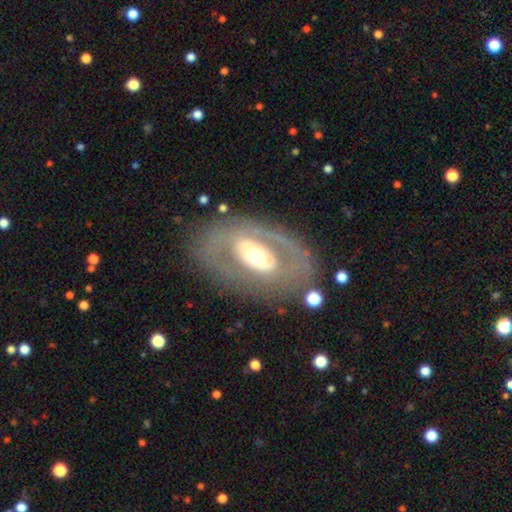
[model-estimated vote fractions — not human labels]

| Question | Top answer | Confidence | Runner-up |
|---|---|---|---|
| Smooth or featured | featured or disk | 71% | smooth (23%) |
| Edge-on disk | no | 92% | yes (8%) |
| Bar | no | 59% | weak (23%) |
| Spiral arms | no | 69% | yes (31%) |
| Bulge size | moderate | 62% | large (24%) |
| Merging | none | 72% | minor disturbance (15%) |